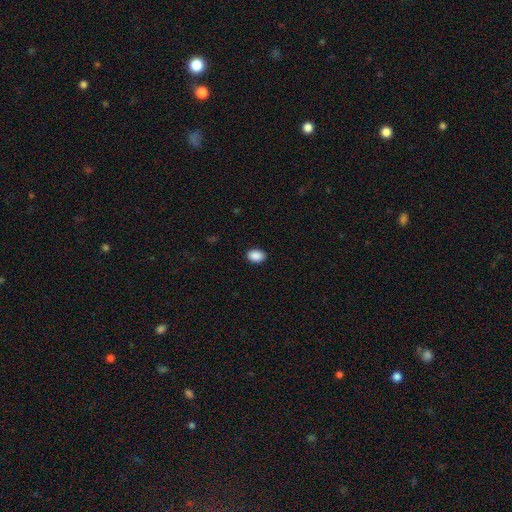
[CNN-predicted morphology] Smooth or featured? Predicted: smooth (p=0.90). How rounded? Predicted: in between (p=0.80). Merging? Predicted: none (p=0.90).